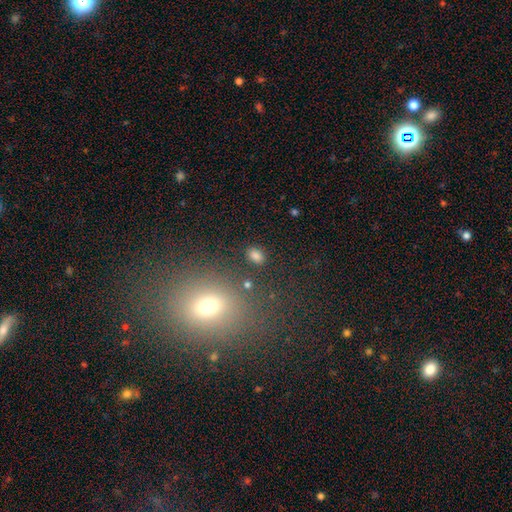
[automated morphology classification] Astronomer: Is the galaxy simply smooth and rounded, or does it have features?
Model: smooth — 81%.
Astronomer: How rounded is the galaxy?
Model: in between — 73%.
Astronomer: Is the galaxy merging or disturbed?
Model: none — 83%.